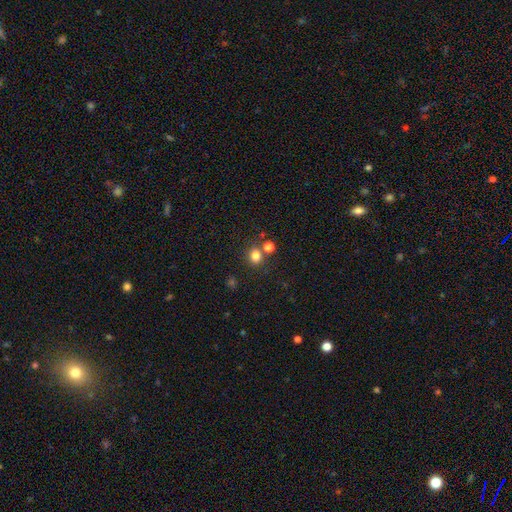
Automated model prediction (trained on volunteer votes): The model was most divided on "how rounded": round: 72%, in between: 27%, cigar-shaped: 1%. More confident: smooth or featured — smooth (80%); merging — none (70%).